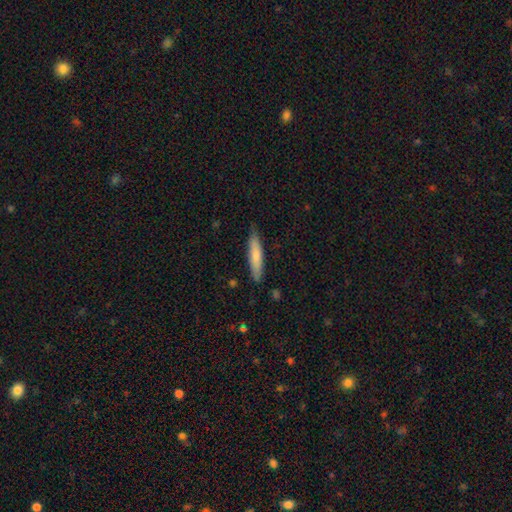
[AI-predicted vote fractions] Smooth or featured?
  - smooth: 75% *
  - featured or disk: 19%
  - star or artifact: 5%
How rounded?
  - cigar-shaped: 85% *
  - in between: 14%
  - round: 1%
Merging?
  - none: 84% *
  - minor disturbance: 13%
  - major disturbance: 2%
  - merger: 1%